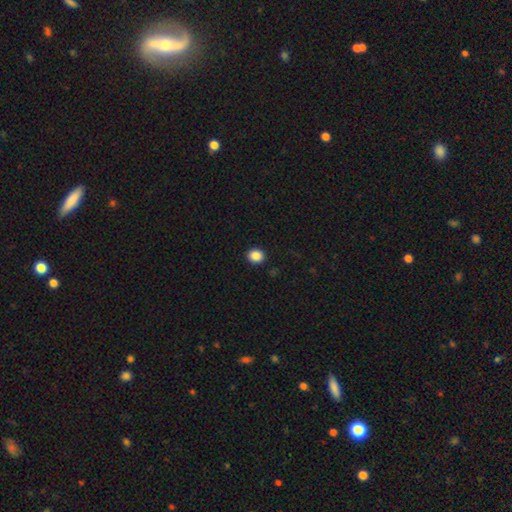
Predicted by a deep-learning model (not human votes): A smooth galaxy with no disk features (87%) that is round (74%). Merging: none (92%).